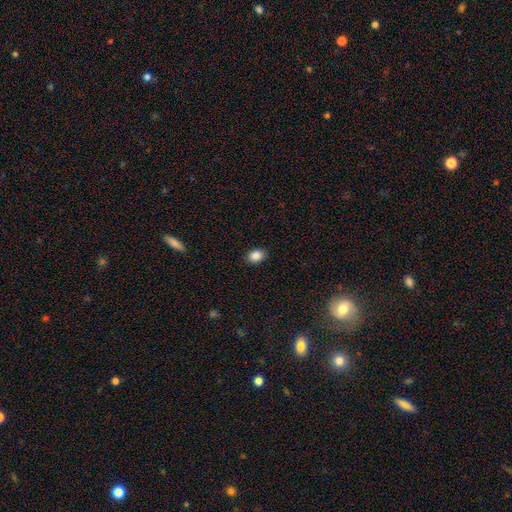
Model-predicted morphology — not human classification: smooth_or_featured: smooth (p=0.87) [alt: star or artifact p=0.09]
how_rounded: in between (p=0.67) [alt: round p=0.32]
merging: none (p=0.89) [alt: minor disturbance p=0.08]